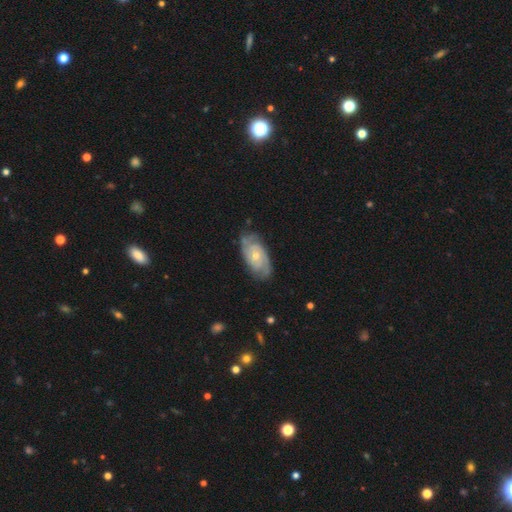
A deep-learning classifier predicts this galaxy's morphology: Q: Smooth or featured?
A: featured or disk (82%); runner-up: smooth (13%)
Q: Edge-on disk?
A: no (95%); runner-up: yes (5%)
Q: Bar?
A: no (69%); runner-up: weak (27%)
Q: Spiral arms?
A: yes (95%); runner-up: no (5%)
Q: Spiral winding?
A: tight (59%); runner-up: medium (33%)
Q: Spiral arm count?
A: 2 (57%); runner-up: can't tell (19%)
Q: Bulge size?
A: small (49%); runner-up: moderate (47%)
Q: Merging?
A: none (74%); runner-up: minor disturbance (19%)